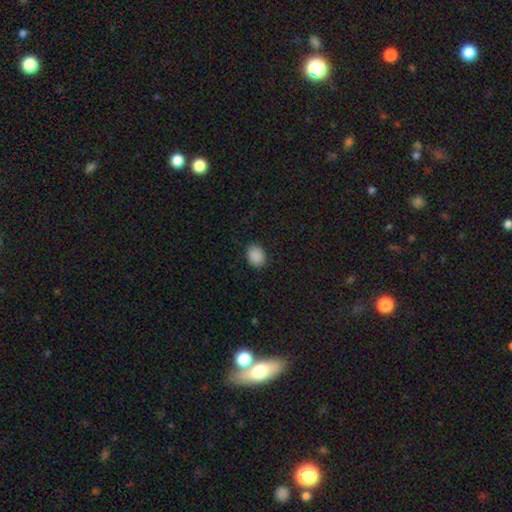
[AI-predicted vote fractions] Smooth or featured? Predicted: smooth (p=0.89). How rounded? Predicted: in between (p=0.63). Merging? Predicted: none (p=0.87).